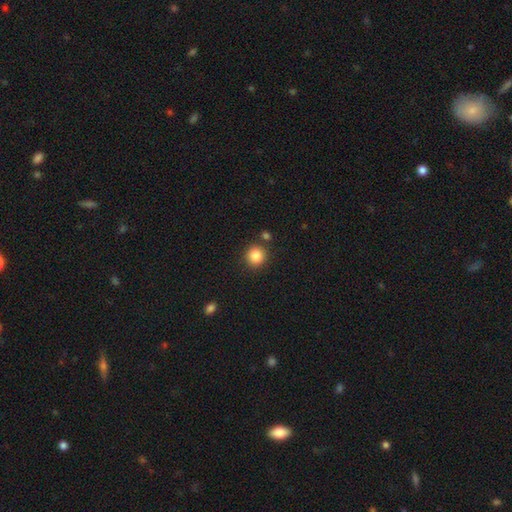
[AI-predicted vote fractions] A smooth galaxy with no disk features (85%) that is round (92%).

Vote fractions:
- Smooth or featured? smooth: 85% / star or artifact: 10% / featured or disk: 5%
- How rounded? round: 92% / in between: 7% / cigar-shaped: 1%
- Merging? none: 83% / minor disturbance: 8% / merger: 6% / major disturbance: 3%